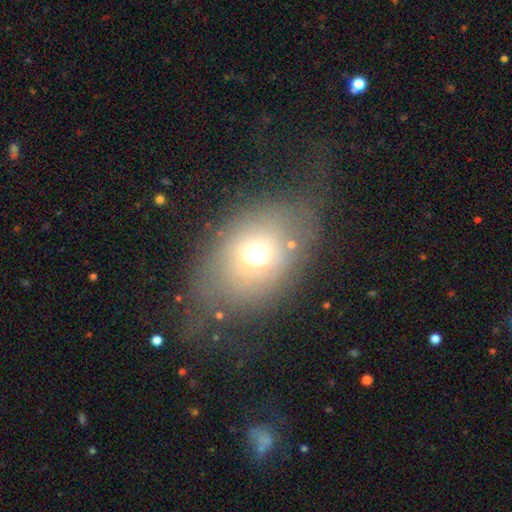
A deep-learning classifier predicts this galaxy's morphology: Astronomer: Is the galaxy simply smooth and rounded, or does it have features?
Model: smooth — 63%.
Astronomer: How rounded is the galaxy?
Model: in between — 67%.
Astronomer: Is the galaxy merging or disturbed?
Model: none — 52%.